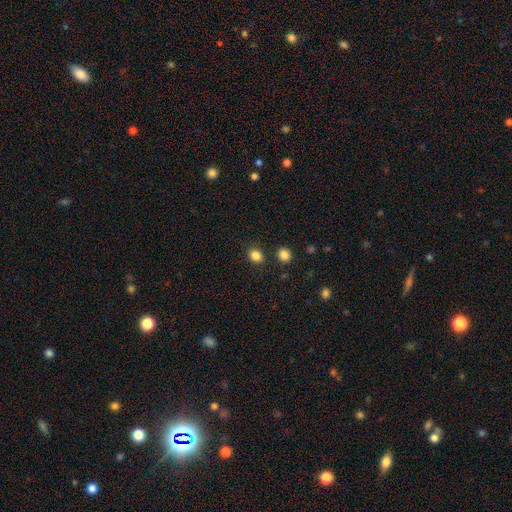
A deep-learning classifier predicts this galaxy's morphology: Q: Smooth or featured?
A: smooth (85%); runner-up: star or artifact (12%)
Q: How rounded?
A: round (62%); runner-up: in between (37%)
Q: Merging?
A: none (84%); runner-up: minor disturbance (8%)